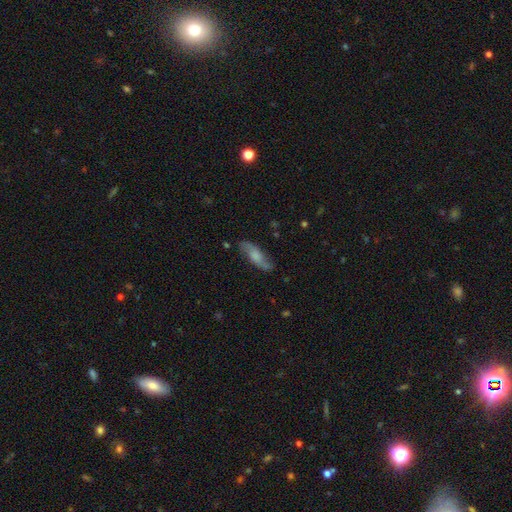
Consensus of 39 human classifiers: This appears to be a featured or disk galaxy (51%) with no bar (75%), 2 (87%) loose (87%) spiral arms (94%) and no central bulge (44%). Merging: none (86%).